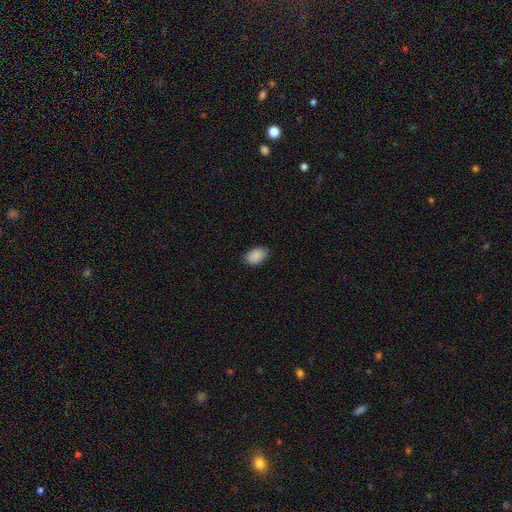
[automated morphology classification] smooth-or-featured: smooth: 89% | star or artifact: 7% | featured or disk: 4%
  how-rounded: in between: 89% | round: 9% | cigar-shaped: 1%
  merging: none: 81% | minor disturbance: 15% | major disturbance: 2% | merger: 1%